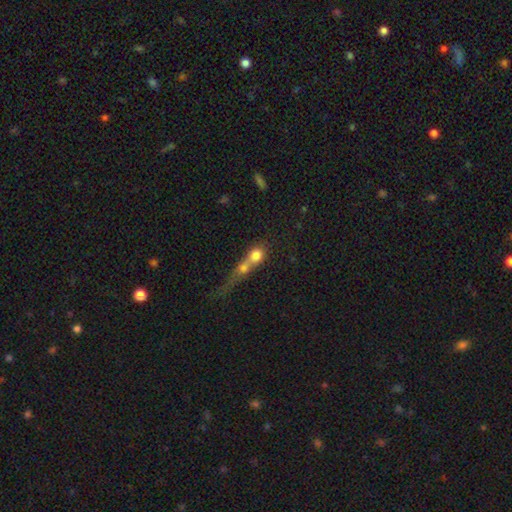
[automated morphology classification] Smooth or featured? Predicted: smooth (p=0.65). How rounded? Predicted: round (p=0.55). Merging? Predicted: merger (p=0.70).